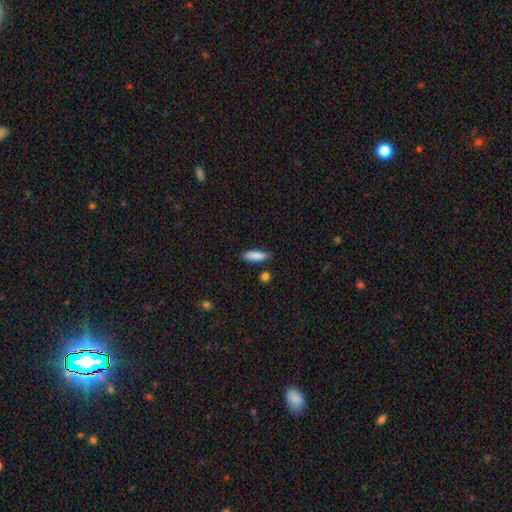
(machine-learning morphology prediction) A smooth galaxy with no disk features (87%) that is in between round and cigar-shaped (56%).

Vote fractions:
- Smooth or featured? smooth: 87% / star or artifact: 7% / featured or disk: 6%
- How rounded? in between: 56% / cigar-shaped: 42% / round: 2%
- Merging? none: 80% / minor disturbance: 14% / merger: 3% / major disturbance: 3%